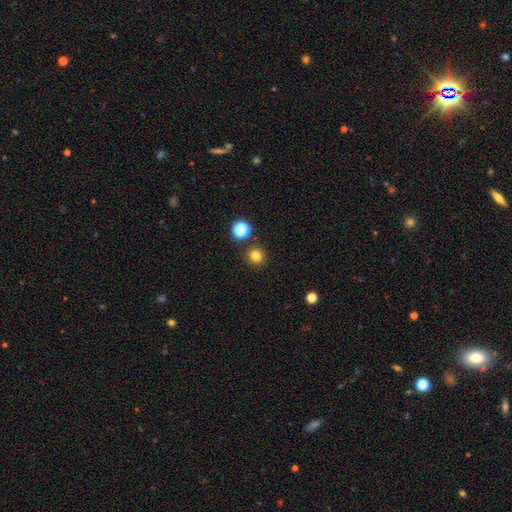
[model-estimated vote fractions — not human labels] This is likely a smooth galaxy (80%). How rounded: clearly round (94%). Merging: clearly none (89%).